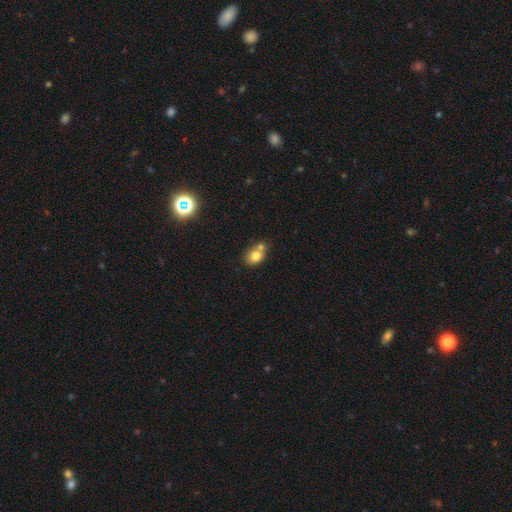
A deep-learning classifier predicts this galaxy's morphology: A smooth galaxy with no disk features (76%) that is in between round and cigar-shaped (52%). Merging: merger (43%).